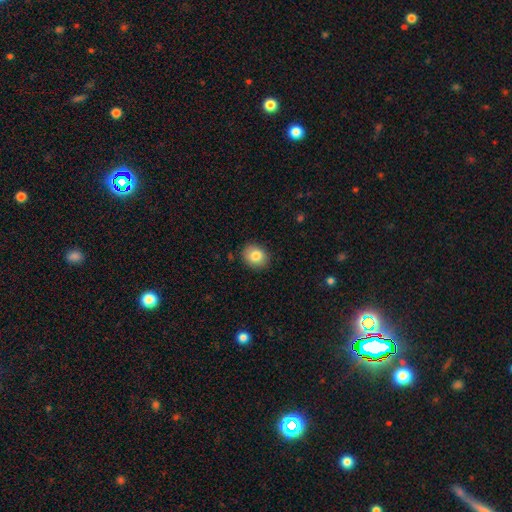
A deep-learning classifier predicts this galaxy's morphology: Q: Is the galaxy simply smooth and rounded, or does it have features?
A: smooth — 83%.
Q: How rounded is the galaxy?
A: round — 60%.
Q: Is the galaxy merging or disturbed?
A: none — 89%.